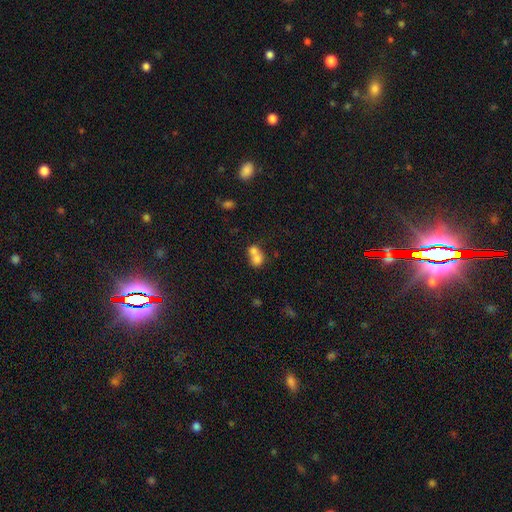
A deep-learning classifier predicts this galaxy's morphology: Smooth or featured? smooth (73%)
How rounded? round (60%)
Merging? merger (70%)